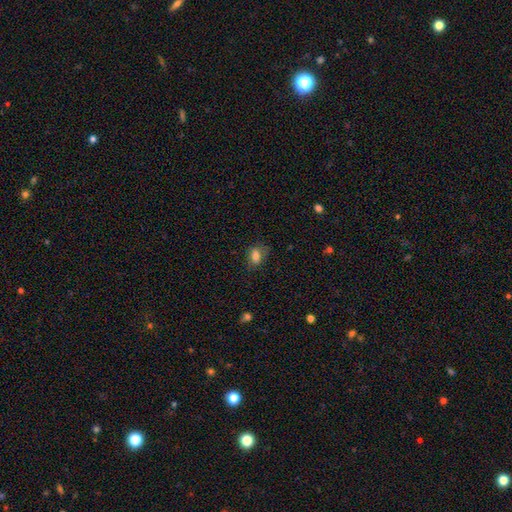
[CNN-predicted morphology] Smooth or featured? smooth (80%)
How rounded? in between (80%)
Merging? none (71%)